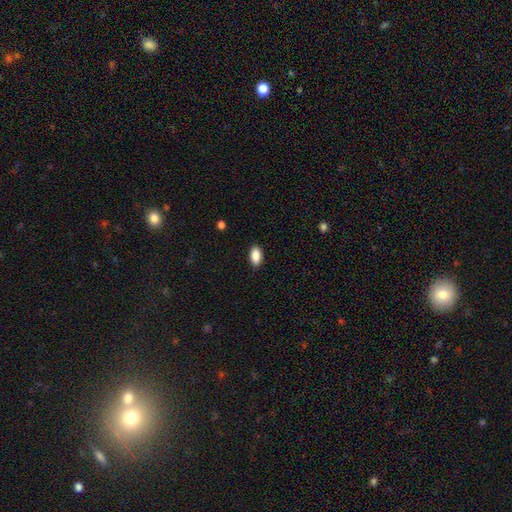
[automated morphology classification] smooth 89%, star or artifact 7%, featured or disk 4%. Down the decision tree: how rounded — in between (92%); merging — none (88%).